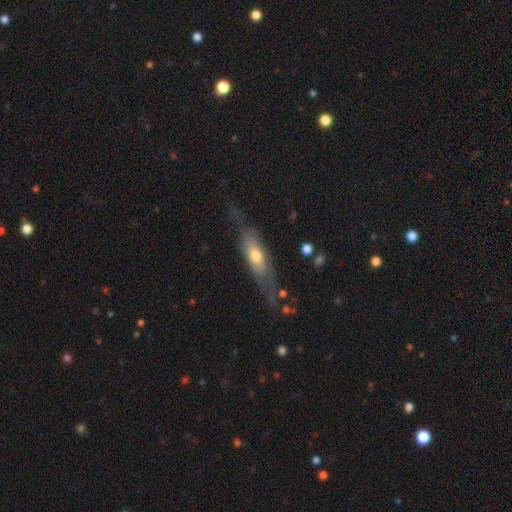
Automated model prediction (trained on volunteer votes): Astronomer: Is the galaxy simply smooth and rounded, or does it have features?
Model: featured or disk — 52% (runner-up: smooth, 42%).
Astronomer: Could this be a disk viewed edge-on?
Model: yes — 56% (runner-up: no, 44%).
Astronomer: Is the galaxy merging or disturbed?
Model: none — 56%.